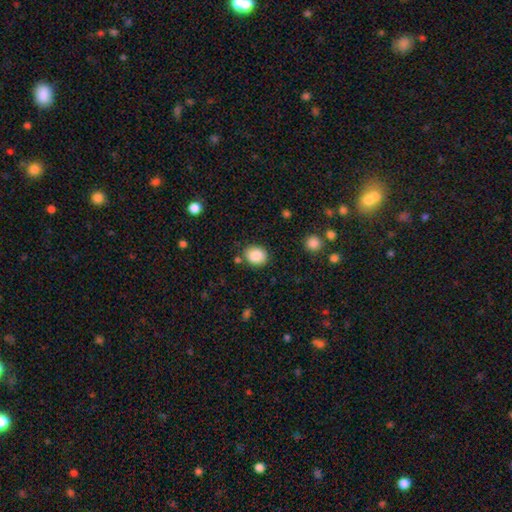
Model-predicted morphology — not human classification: Overall: smooth (87%). How rounded: round (55%; in between 44%). Merging: none (82%).